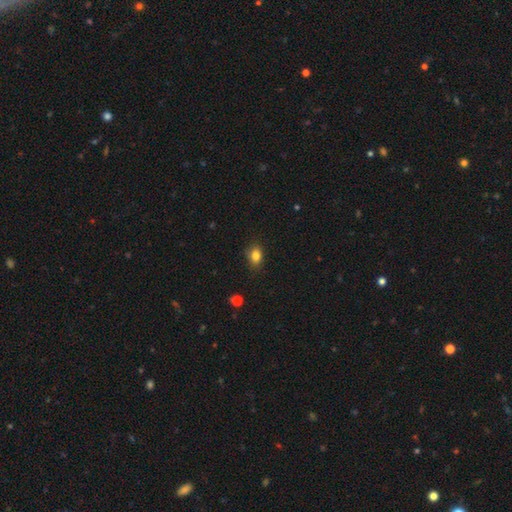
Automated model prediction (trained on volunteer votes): Smooth or featured?
  - smooth: 83% *
  - star or artifact: 11%
  - featured or disk: 6%
How rounded?
  - in between: 70% *
  - round: 28%
  - cigar-shaped: 2%
Merging?
  - none: 80% *
  - minor disturbance: 16%
  - major disturbance: 3%
  - merger: 1%